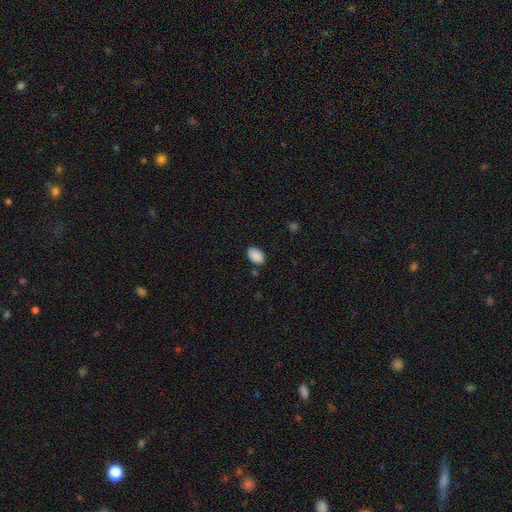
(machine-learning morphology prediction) This is clearly a smooth galaxy (90%). How rounded: clearly in between (89%). Merging: clearly none (82%).